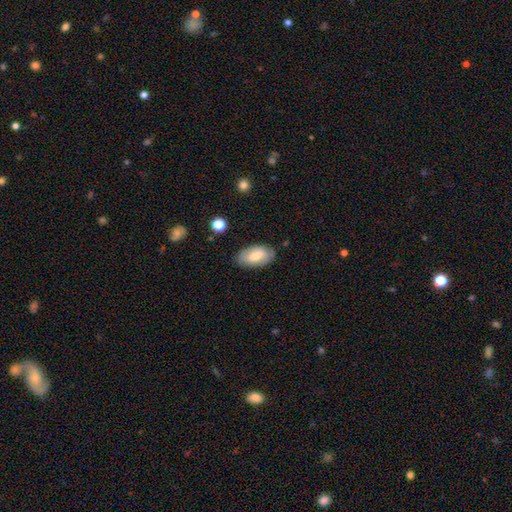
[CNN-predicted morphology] smooth_or_featured: smooth (p=0.68) [alt: featured or disk p=0.26]
how_rounded: in between (p=0.94) [alt: round p=0.03]
merging: none (p=0.82) [alt: minor disturbance p=0.13]